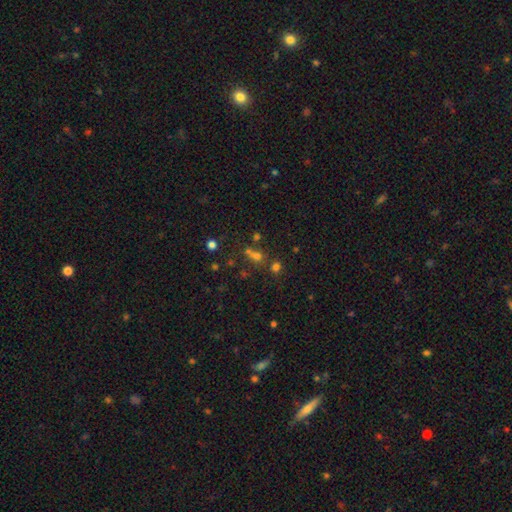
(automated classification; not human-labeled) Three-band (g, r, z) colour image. It shows a star or artifact, not a galaxy (44%).